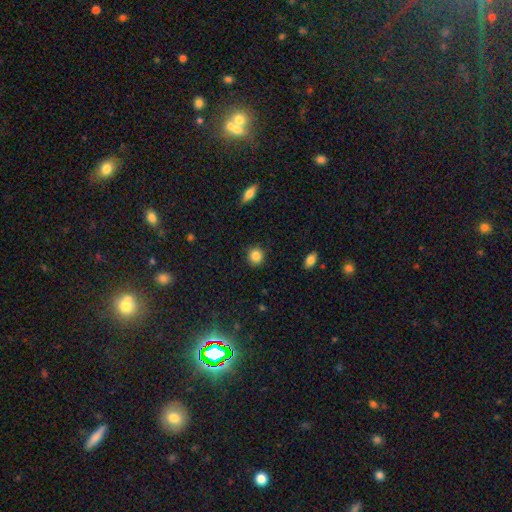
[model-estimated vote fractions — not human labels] This appears to be a smooth galaxy with no disk features (86%) that is round (87%). Merging: none (90%).